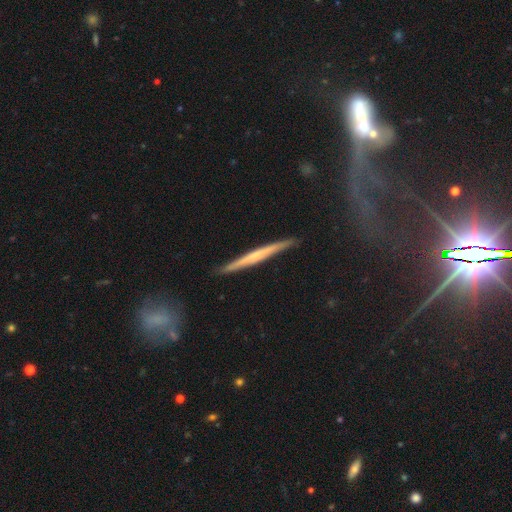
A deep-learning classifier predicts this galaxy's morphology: smooth_or_featured: featured or disk (p=0.59) [alt: smooth p=0.34]
disk_edge_on: yes (p=0.97) [alt: no p=0.03]
edge_on_bulge: none (p=0.59) [alt: rounded p=0.33]
merging: none (p=0.89) [alt: minor disturbance p=0.08]